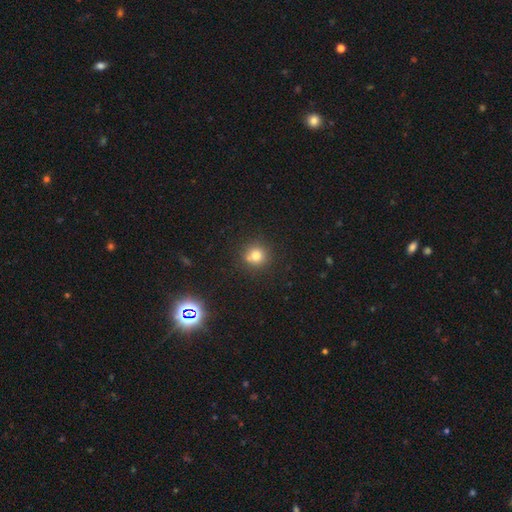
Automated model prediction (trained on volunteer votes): smooth-or-featured: smooth: 76% | star or artifact: 15% | featured or disk: 8%
  how-rounded: round: 92% | in between: 7% | cigar-shaped: 1%
  merging: none: 77% | minor disturbance: 10% | merger: 10% | major disturbance: 3%